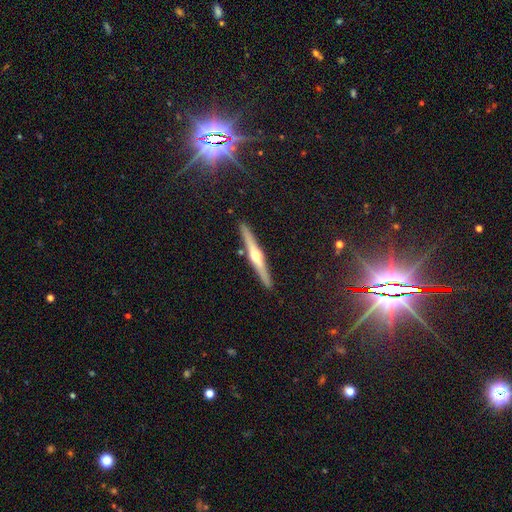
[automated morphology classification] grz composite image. It shows a featured or disk galaxy (74%) viewed edge-on (98%) with a rounded central bulge (92%). Merging: none (90%).